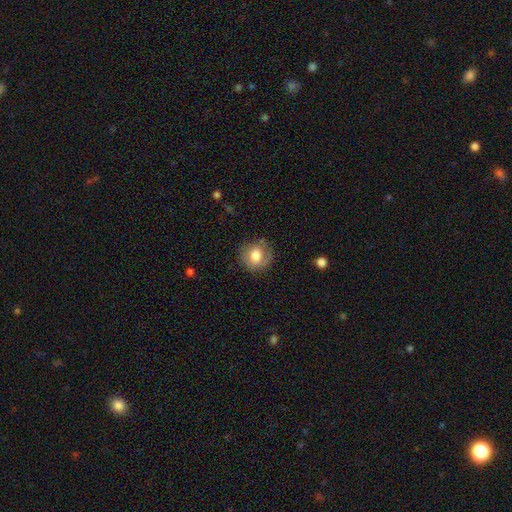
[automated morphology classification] smooth-or-featured: smooth: 72% | featured or disk: 20% | star or artifact: 8%
  how-rounded: round: 85% | in between: 15% | cigar-shaped: 1%
  merging: none: 76% | minor disturbance: 17% | major disturbance: 6% | merger: 1%